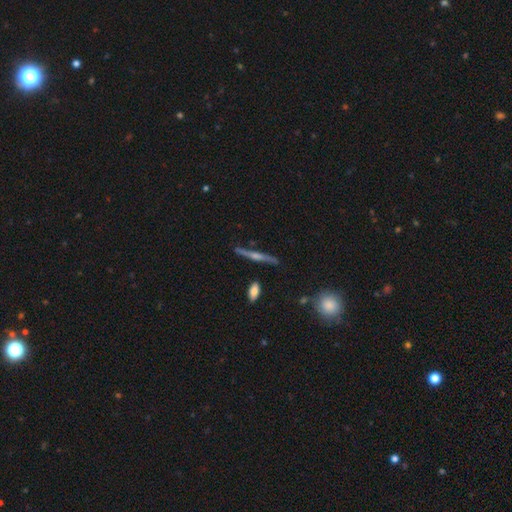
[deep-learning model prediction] smooth-or-featured: featured or disk: 74% | smooth: 18% | star or artifact: 8%
  disk-edge-on: yes: 95% | no: 5%
    edge-on-bulge: rounded: 74% | none: 14% | boxy: 12%
  merging: none: 81% | minor disturbance: 13% | major disturbance: 3% | merger: 3%